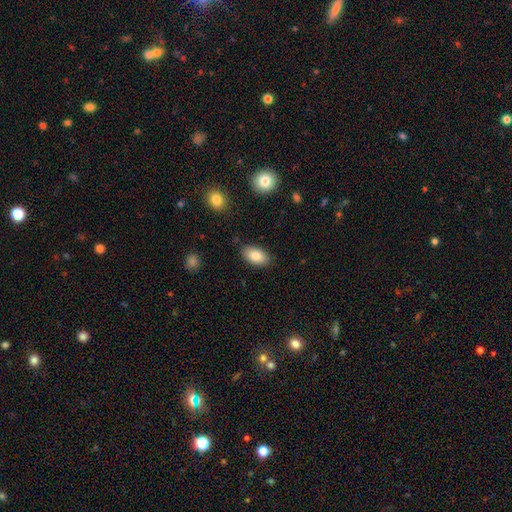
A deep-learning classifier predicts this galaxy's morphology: Smooth or featured? smooth (82%)
How rounded? in between (94%)
Merging? none (85%)